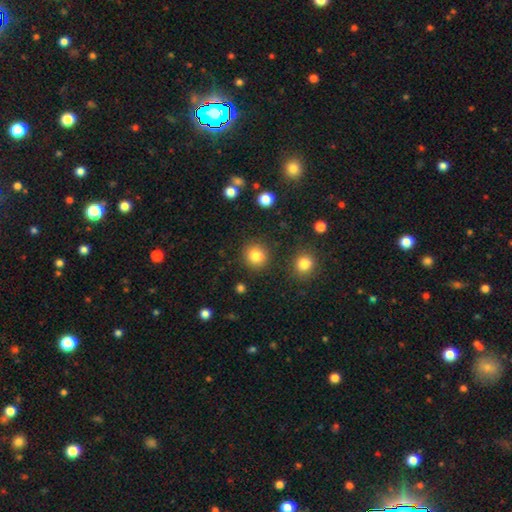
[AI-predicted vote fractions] The model was most divided on "smooth or featured": smooth: 83%, star or artifact: 11%, featured or disk: 6%. More confident: how rounded — round (90%); merging — none (87%).